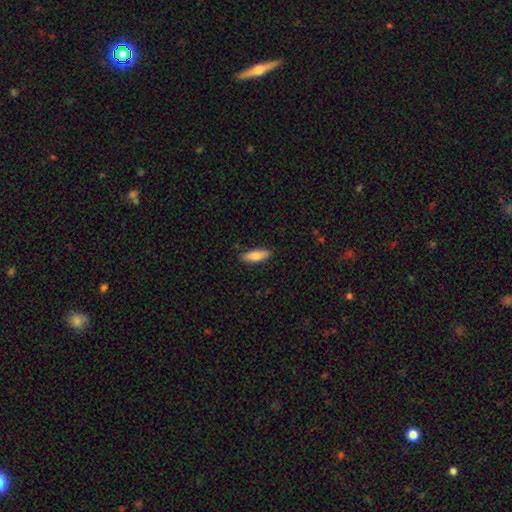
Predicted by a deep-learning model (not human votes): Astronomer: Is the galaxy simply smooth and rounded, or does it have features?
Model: smooth — 77%.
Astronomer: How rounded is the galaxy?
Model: in between — 54% (runner-up: cigar-shaped, 44%).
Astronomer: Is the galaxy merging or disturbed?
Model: none — 88%.